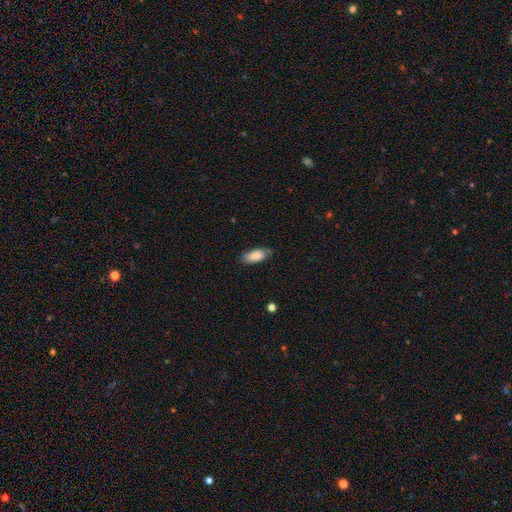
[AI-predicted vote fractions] Smooth or featured?
  - smooth: 84% *
  - featured or disk: 10%
  - star or artifact: 6%
How rounded?
  - in between: 85% *
  - cigar-shaped: 13%
  - round: 2%
Merging?
  - none: 73% *
  - minor disturbance: 22%
  - major disturbance: 4%
  - merger: 1%